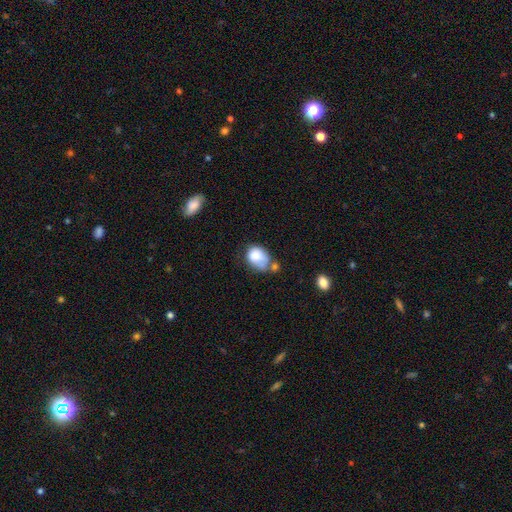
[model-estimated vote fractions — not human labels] Smooth or featured? smooth (77%)
How rounded? in between (69%)
Merging? merger (30%)